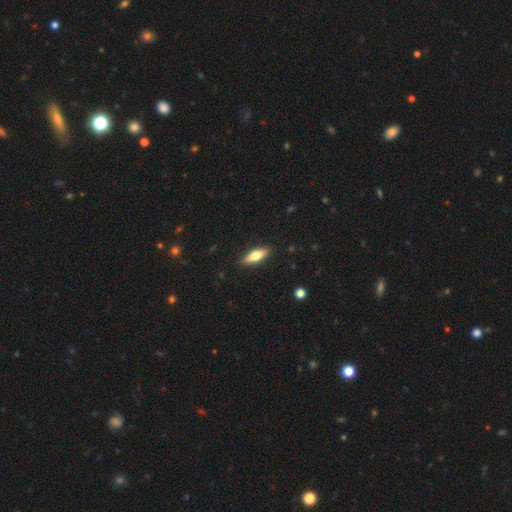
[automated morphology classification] smooth_or_featured: smooth (p=0.61) [alt: featured or disk p=0.32]
how_rounded: in between (p=0.55) [alt: cigar-shaped p=0.42]
merging: none (p=0.89) [alt: minor disturbance p=0.08]